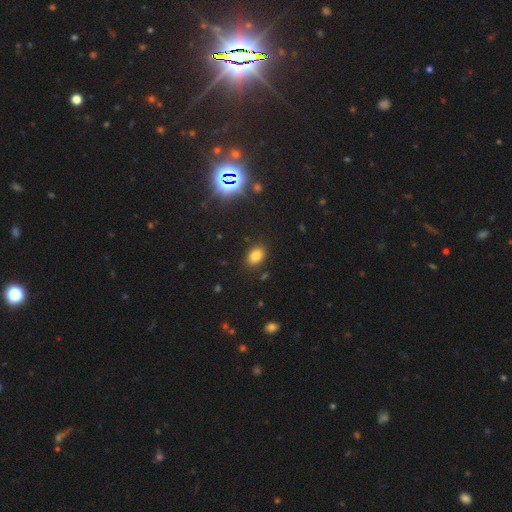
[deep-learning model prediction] Smooth or featured?
  - smooth: 80% *
  - star or artifact: 15%
  - featured or disk: 6%
How rounded?
  - in between: 78% *
  - round: 21%
  - cigar-shaped: 1%
Merging?
  - none: 86% *
  - minor disturbance: 9%
  - major disturbance: 3%
  - merger: 2%